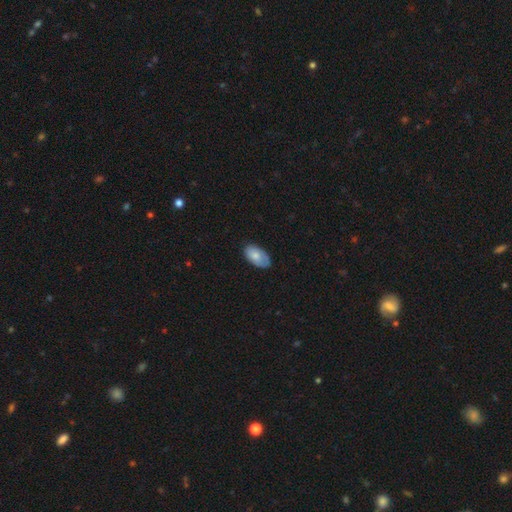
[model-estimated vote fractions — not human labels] Smooth or featured? Predicted: smooth (p=0.75). How rounded? Predicted: in between (p=0.94). Merging? Predicted: none (p=0.75).